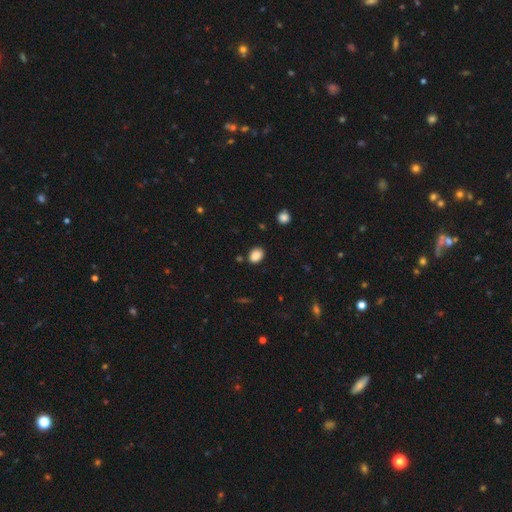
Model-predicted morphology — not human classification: A smooth galaxy with no disk features (87%) that is in between round and cigar-shaped (66%). Merging: none (82%).